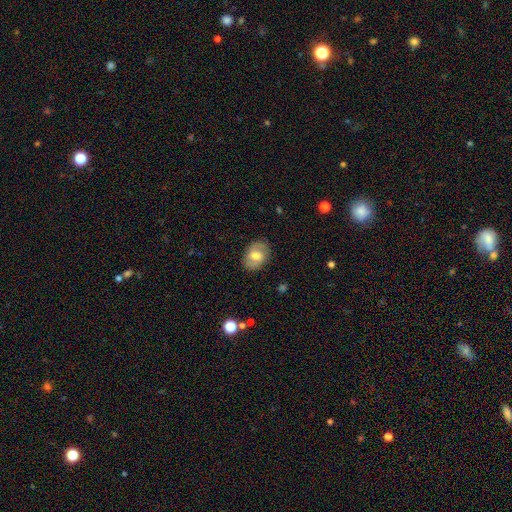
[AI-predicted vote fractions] Morphology: type=smooth (58%); roundness=in between (80%); merging=none (82%).